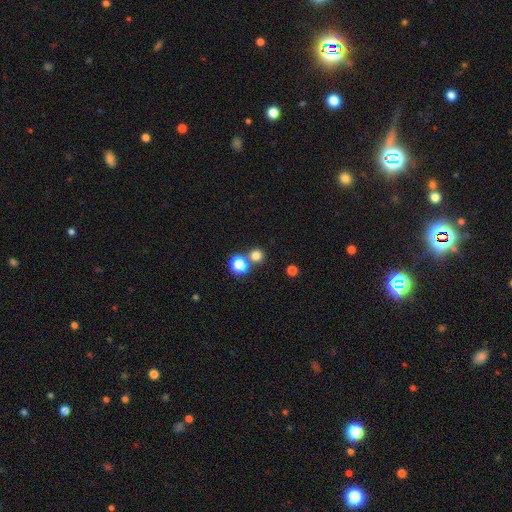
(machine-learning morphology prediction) smooth 77%, star or artifact 17%, featured or disk 6%. Down the decision tree: how rounded — round (92%); merging — none (70%).